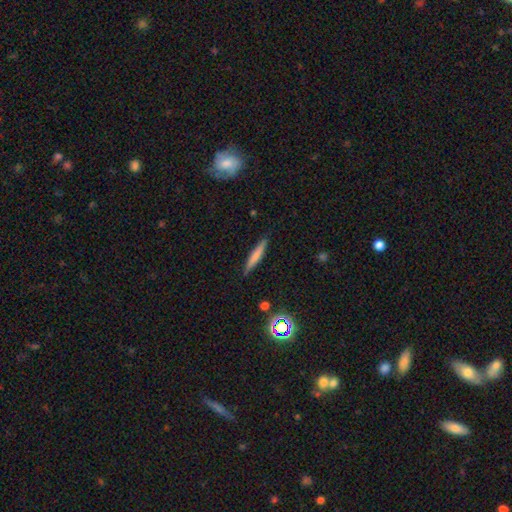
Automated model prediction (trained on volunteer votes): A smooth galaxy with no disk features (68%) that is cigar-shaped (93%). Merging: none (87%).